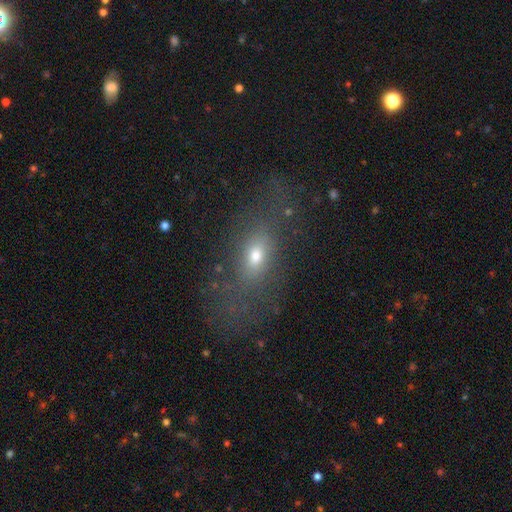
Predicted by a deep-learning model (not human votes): The model was most divided on "smooth or featured": smooth: 55%, featured or disk: 26%, star or artifact: 19%. More confident: how rounded — in between (71%); merging — none (64%).